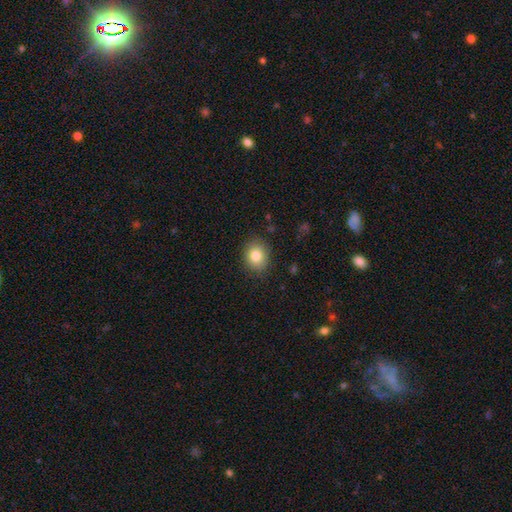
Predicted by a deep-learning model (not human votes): A smooth galaxy with no disk features (83%) that is round (56%). Merging: none (86%).